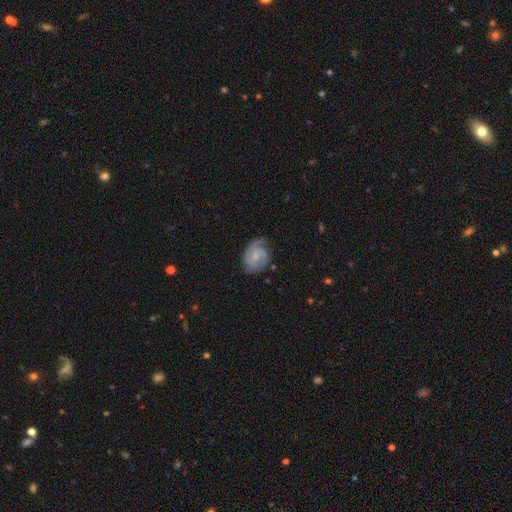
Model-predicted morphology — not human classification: Smooth or featured? Predicted: featured or disk (p=0.85). Edge-on disk? Predicted: no (p=0.98). Bar? Predicted: no (p=0.48). Spiral arms? Predicted: yes (p=0.97). Spiral winding? Predicted: tight (p=0.51). Spiral arm count? Predicted: 2 (p=0.72). Bulge size? Predicted: small (p=0.54). Merging? Predicted: none (p=0.70).